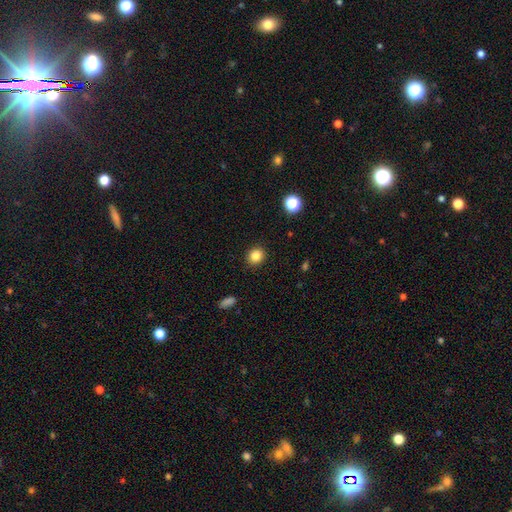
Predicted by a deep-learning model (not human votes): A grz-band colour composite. It shows a smooth galaxy with no disk features (84%) that is round (77%). Merging: none (91%).